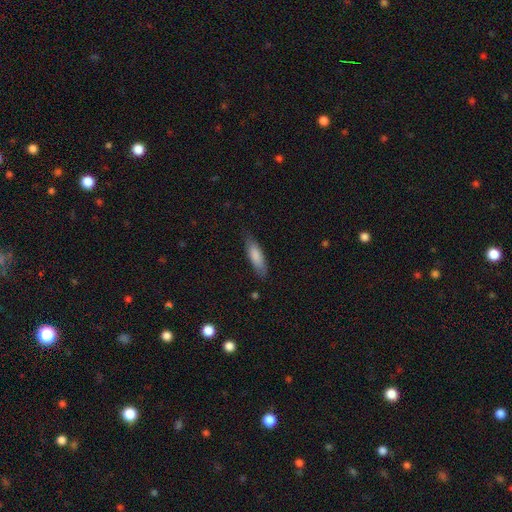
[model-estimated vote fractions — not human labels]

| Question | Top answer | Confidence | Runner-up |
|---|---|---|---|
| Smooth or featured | smooth | 83% | featured or disk (12%) |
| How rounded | cigar-shaped | 51% | in between (48%) |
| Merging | none | 80% | minor disturbance (16%) |